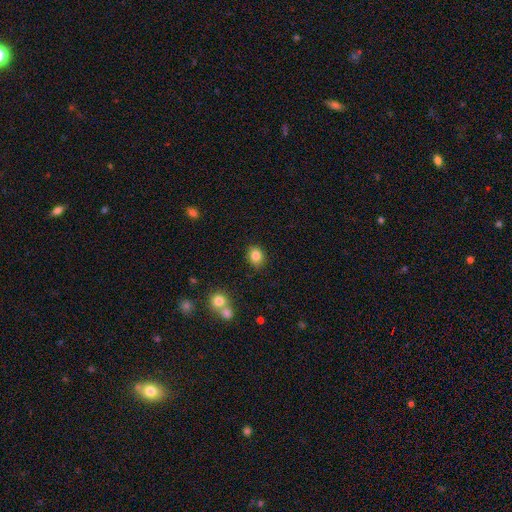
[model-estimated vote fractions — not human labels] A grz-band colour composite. It shows a smooth galaxy with no disk features (84%) that is in between round and cigar-shaped (53%). Merging: none (85%).